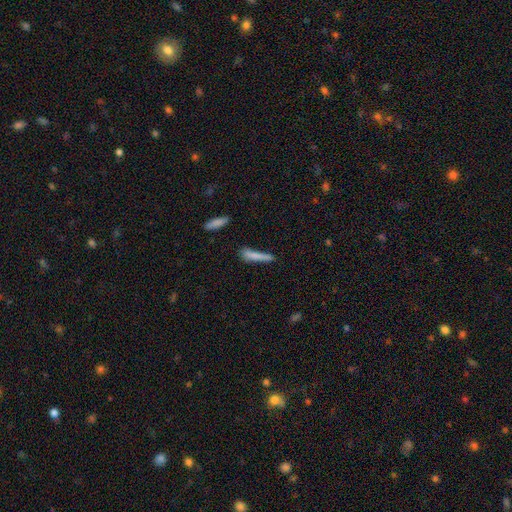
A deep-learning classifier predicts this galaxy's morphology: Smooth or featured: smooth — 76% (featured or disk — 16%)
How rounded: cigar-shaped — 90% (in between — 8%)
Merging: none — 57% (minor disturbance — 26%)